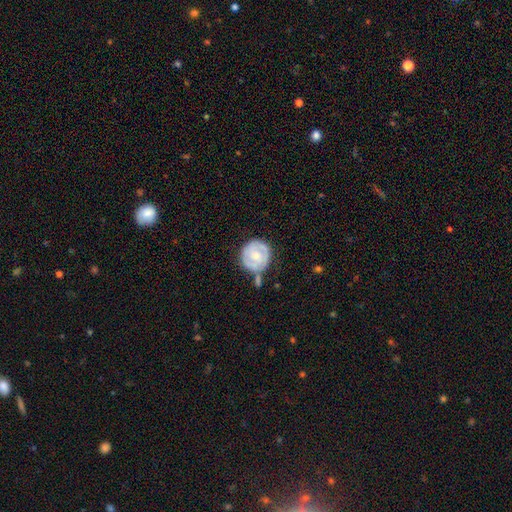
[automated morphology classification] type=featured or disk (62%); edge-on=no (98%); bar=no (69%); spiral arms=yes (78%); bulge=moderate (48%); merging=none (57%).